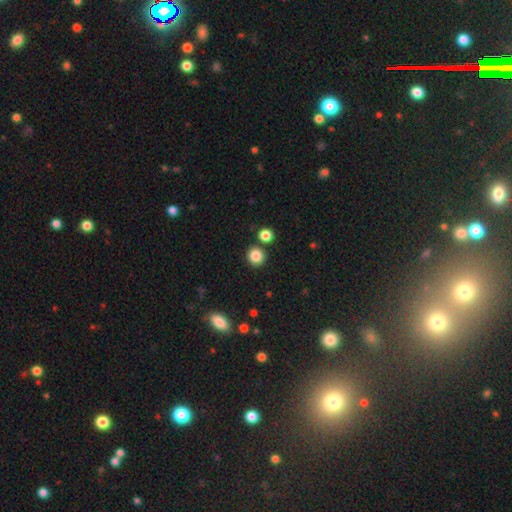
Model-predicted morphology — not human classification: smooth_or_featured: smooth (p=0.85) [alt: star or artifact p=0.10]
how_rounded: round (p=0.91) [alt: in between p=0.08]
merging: none (p=0.84) [alt: merger p=0.07]